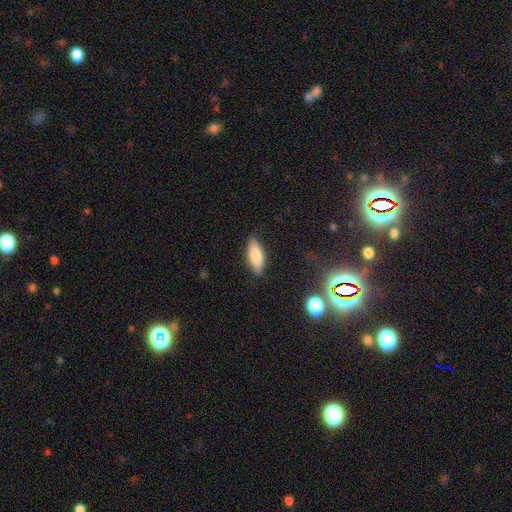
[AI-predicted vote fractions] smooth 81%, featured or disk 12%, star or artifact 7%. Down the decision tree: how rounded — in between (66%); merging — none (83%).